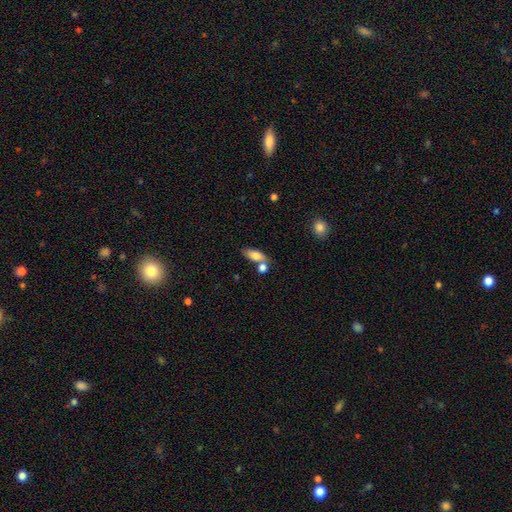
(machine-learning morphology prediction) Smooth or featured?
  - smooth: 77% *
  - featured or disk: 15%
  - star or artifact: 8%
How rounded?
  - in between: 78% *
  - cigar-shaped: 17%
  - round: 5%
Merging?
  - none: 53% *
  - merger: 29%
  - minor disturbance: 14%
  - major disturbance: 5%